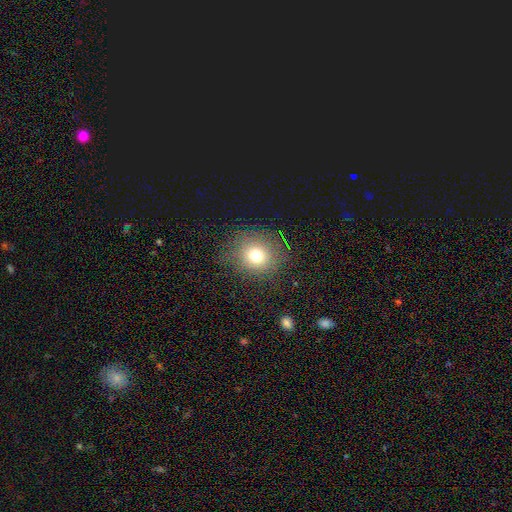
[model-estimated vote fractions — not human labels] This is likely a smooth galaxy (72%). How rounded: clearly round (84%). Merging: clearly none (82%).